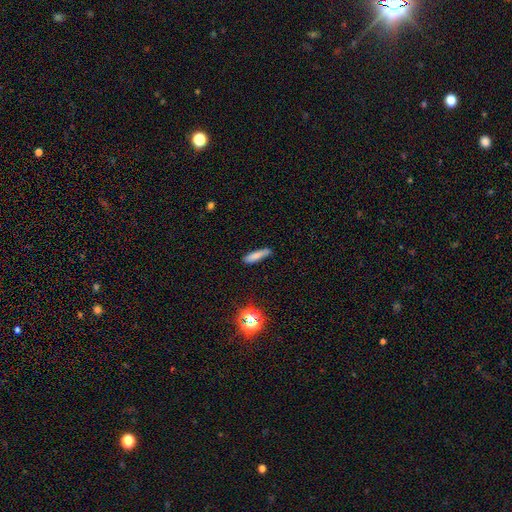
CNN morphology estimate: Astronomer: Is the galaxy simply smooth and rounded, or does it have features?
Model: smooth — 76%.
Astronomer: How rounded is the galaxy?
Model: cigar-shaped — 77%.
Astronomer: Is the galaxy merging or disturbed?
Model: none — 74%.